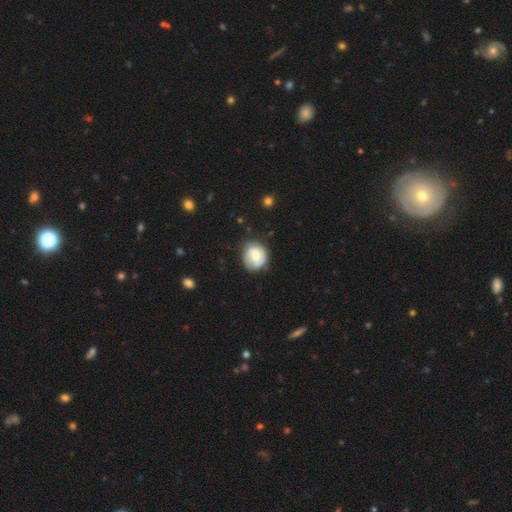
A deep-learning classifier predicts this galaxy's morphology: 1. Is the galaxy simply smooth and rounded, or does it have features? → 60% smooth, 32% featured or disk, 7% star or artifact.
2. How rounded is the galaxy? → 74% round, 25% in between, 1% cigar-shaped.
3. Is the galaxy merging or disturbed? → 64% none, 25% minor disturbance, 9% major disturbance, 2% merger.